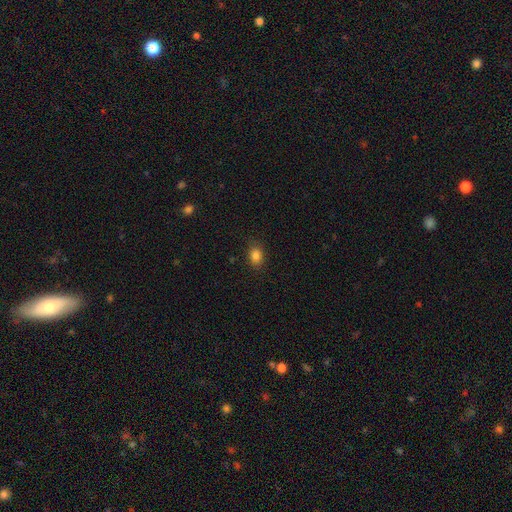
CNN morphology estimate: This appears to be a smooth galaxy with no disk features (83%) that is in between round and cigar-shaped (71%). Merging: none (85%).